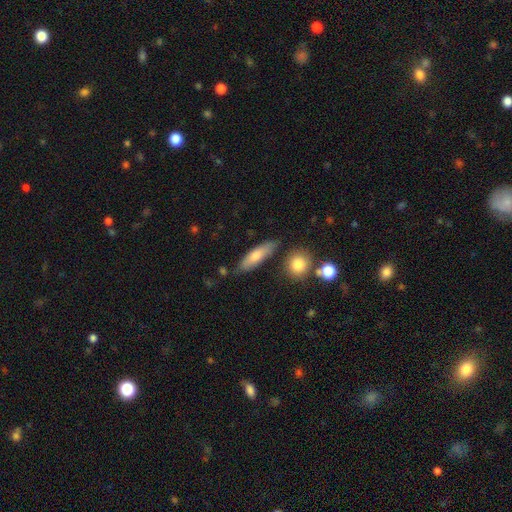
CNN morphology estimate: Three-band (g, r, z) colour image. It shows a smooth galaxy with no disk features (70%) that is cigar-shaped (58%). Merging: none (77%).